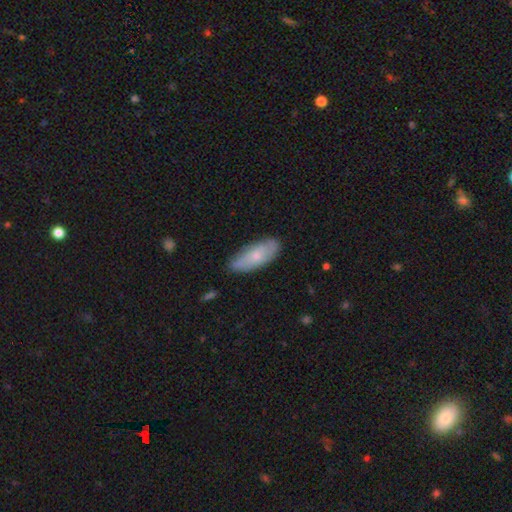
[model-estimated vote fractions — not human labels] A smooth galaxy with no disk features (63%) that is in between round and cigar-shaped (79%).

Vote fractions:
- Smooth or featured? smooth: 63% / featured or disk: 31% / star or artifact: 6%
- How rounded? in between: 79% / cigar-shaped: 19% / round: 2%
- Merging? none: 78% / minor disturbance: 18% / major disturbance: 3% / merger: 1%